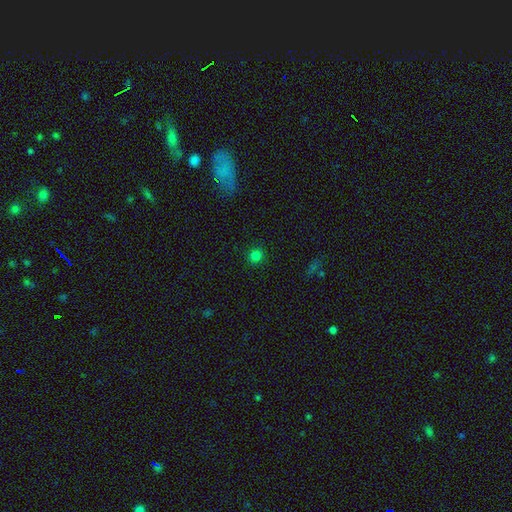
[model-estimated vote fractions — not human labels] This appears to be a smooth galaxy with no disk features (80%) that is round (89%). Merging: none (90%).